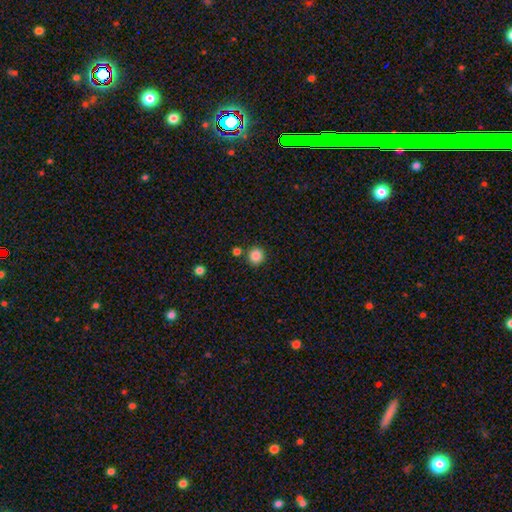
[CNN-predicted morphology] smooth_or_featured: smooth (p=0.86) [alt: star or artifact p=0.10]
how_rounded: round (p=0.93) [alt: in between p=0.06]
merging: none (p=0.86) [alt: minor disturbance p=0.06]